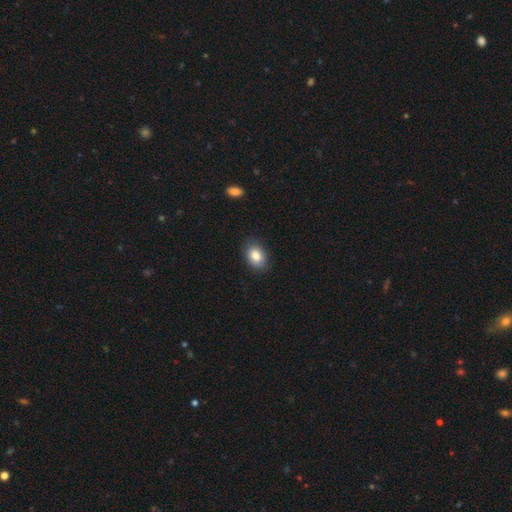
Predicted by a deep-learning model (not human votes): This appears to be a smooth galaxy with no disk features (83%) that is in between round and cigar-shaped (78%). Merging: none (85%).